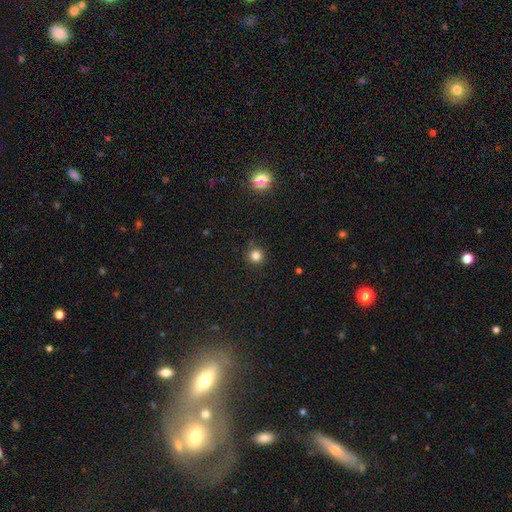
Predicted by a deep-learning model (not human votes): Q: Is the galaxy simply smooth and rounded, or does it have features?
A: smooth — 82%.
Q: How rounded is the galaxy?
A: round — 94%.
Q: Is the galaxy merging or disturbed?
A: none — 90%.